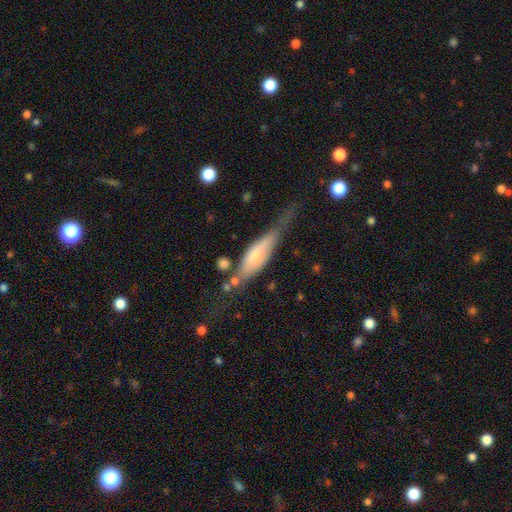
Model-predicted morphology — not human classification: Smooth or featured? smooth (48%)
Merging? none (41%)